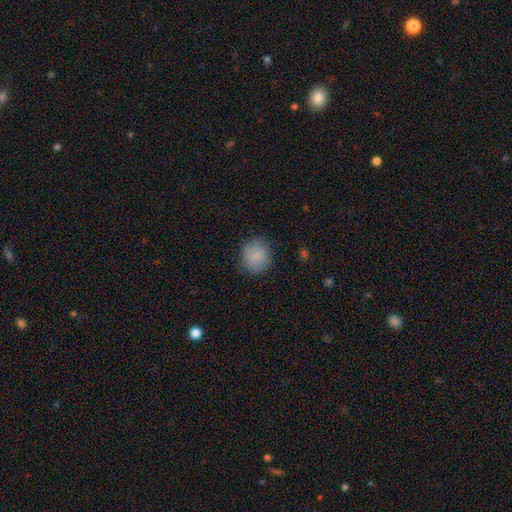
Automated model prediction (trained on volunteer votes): Morphology: type=smooth (84%); roundness=round (79%); merging=none (78%).